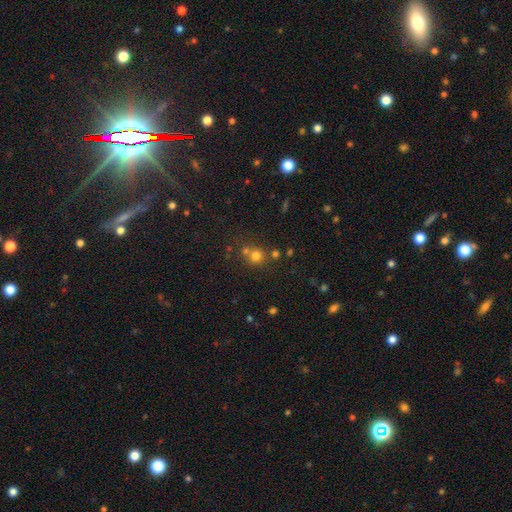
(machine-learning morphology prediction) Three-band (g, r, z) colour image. It shows a smooth galaxy with no disk features (73%) that is round (88%). Merging: none (60%).